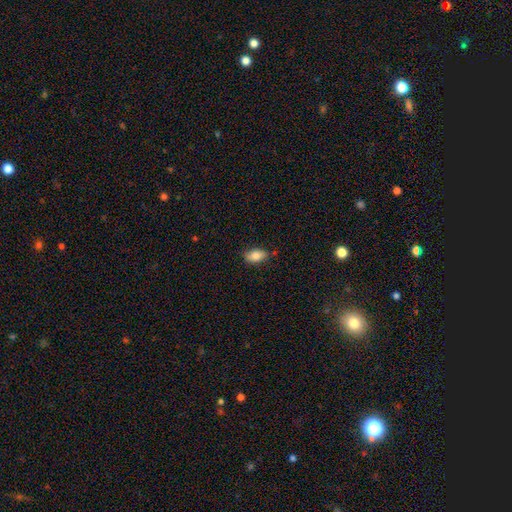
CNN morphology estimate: This appears to be a smooth galaxy with no disk features (83%) that is in between round and cigar-shaped (90%). Merging: none (80%).